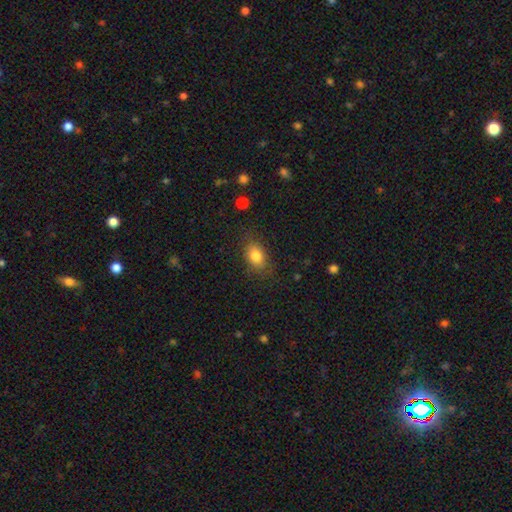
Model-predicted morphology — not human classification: A smooth galaxy with no disk features (82%) that is in between round and cigar-shaped (82%). Merging: none (77%).